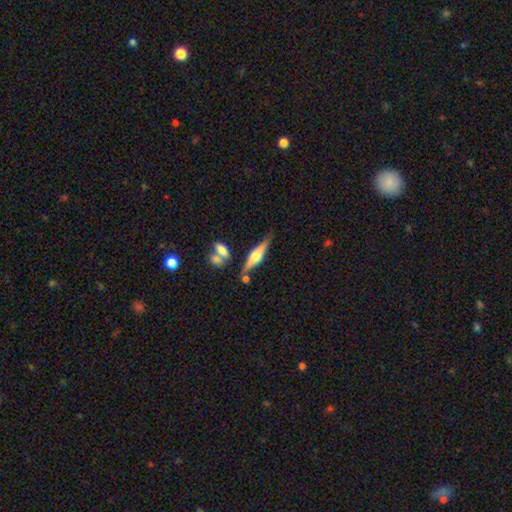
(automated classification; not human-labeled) Overall: featured or disk (68%). Edge-on disk: yes (96%). Edge-on bulge: rounded (89%). Merging: none (72%).